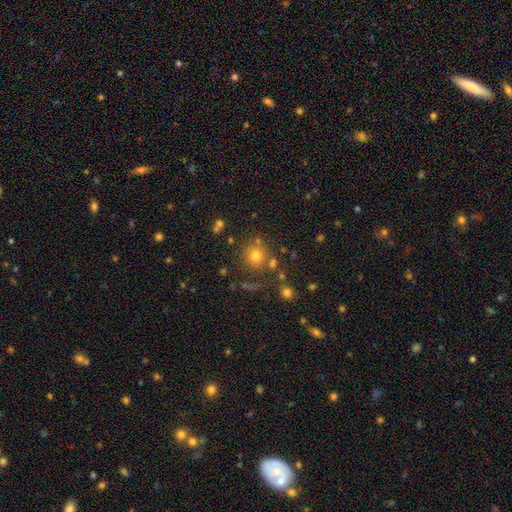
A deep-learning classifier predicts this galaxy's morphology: The model was most divided on "smooth or featured": smooth: 70%, star or artifact: 19%, featured or disk: 10%. More confident: how rounded — round (91%); merging — none (76%).